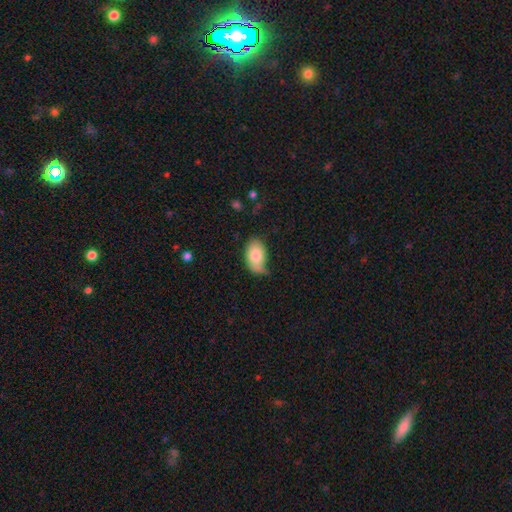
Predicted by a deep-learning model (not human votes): Smooth or featured? smooth (81%)
How rounded? in between (92%)
Merging? none (49%)